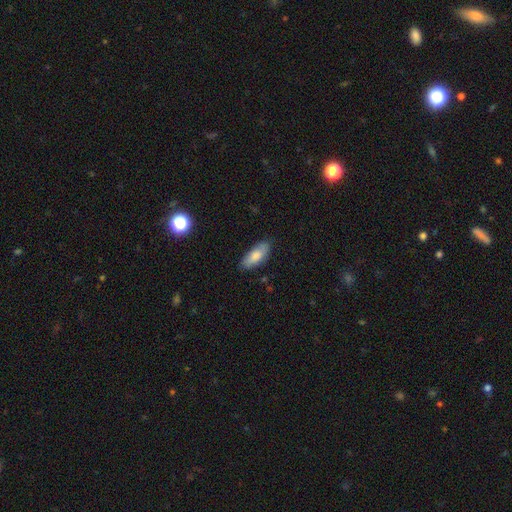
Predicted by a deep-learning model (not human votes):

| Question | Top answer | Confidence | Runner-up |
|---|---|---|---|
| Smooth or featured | smooth | 77% | featured or disk (17%) |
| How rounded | in between | 81% | cigar-shaped (17%) |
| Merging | none | 79% | minor disturbance (17%) |